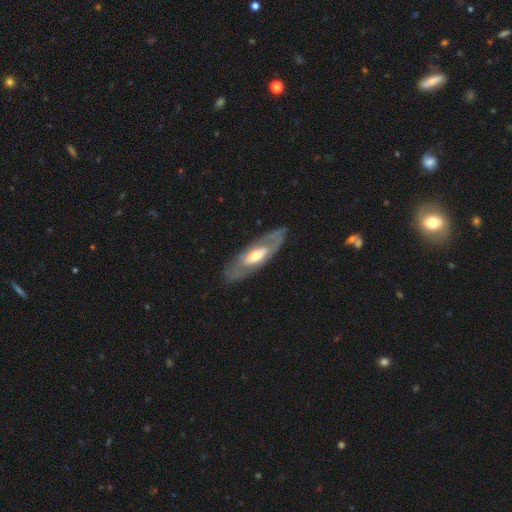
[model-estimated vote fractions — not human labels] Q: Smooth or featured?
A: featured or disk (66%); runner-up: smooth (29%)
Q: Edge-on disk?
A: no (75%); runner-up: yes (25%)
Q: Merging?
A: none (79%); runner-up: minor disturbance (14%)